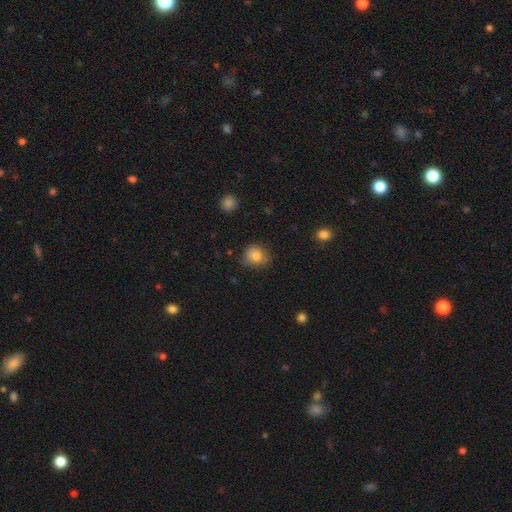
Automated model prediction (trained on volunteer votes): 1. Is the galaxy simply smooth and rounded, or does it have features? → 81% smooth, 10% star or artifact, 9% featured or disk.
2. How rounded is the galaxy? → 73% round, 26% in between, 1% cigar-shaped.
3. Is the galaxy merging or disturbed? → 68% none, 25% minor disturbance, 5% major disturbance, 2% merger.